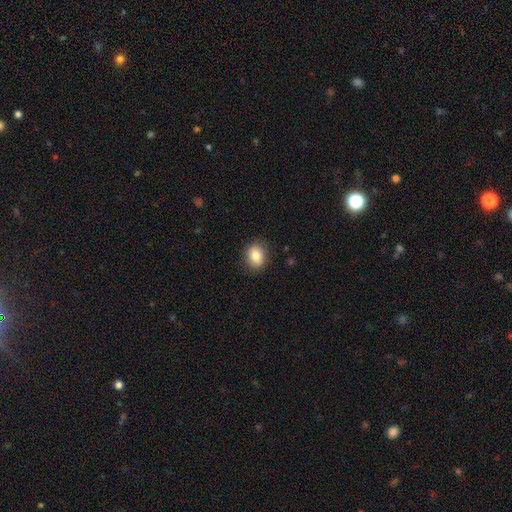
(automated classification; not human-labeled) A smooth galaxy with no disk features (83%) that is in between round and cigar-shaped (50%). Merging: none (88%).